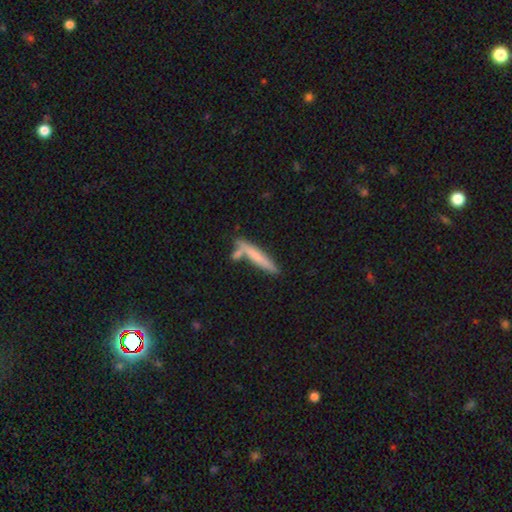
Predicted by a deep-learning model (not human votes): smooth_or_featured: smooth (p=0.65) [alt: featured or disk p=0.29]
how_rounded: cigar-shaped (p=0.92) [alt: in between p=0.07]
merging: none (p=0.62) [alt: merger p=0.19]